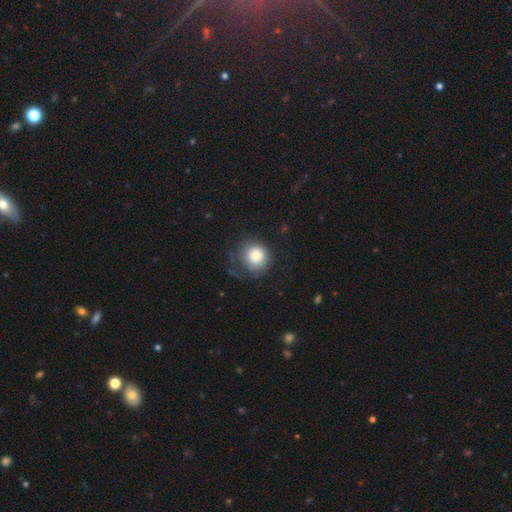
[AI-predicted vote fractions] This appears to be a smooth galaxy with no disk features (76%) that is round (89%). Merging: none (56%).